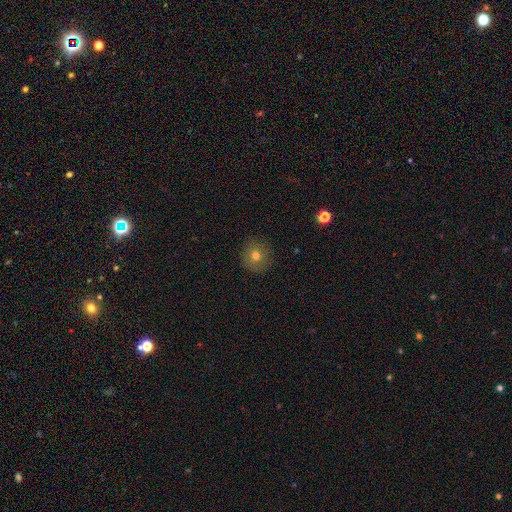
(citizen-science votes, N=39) Smooth or featured?
  - smooth: 79% *
  - featured or disk: 13%
  - star or artifact: 8%
How rounded?
  - round: 97% *
  - in between: 3%
  - cigar-shaped: 0%
Merging?
  - none: 81% *
  - minor disturbance: 14%
  - major disturbance: 3%
  - merger: 3%